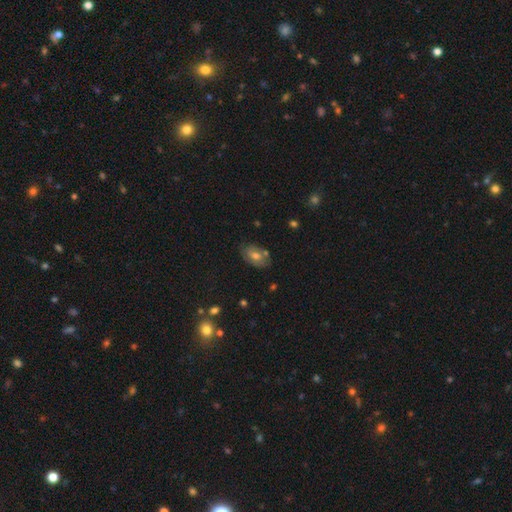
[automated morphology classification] Smooth or featured? Predicted: smooth (p=0.58). How rounded? Predicted: in between (p=0.87). Merging? Predicted: none (p=0.72).